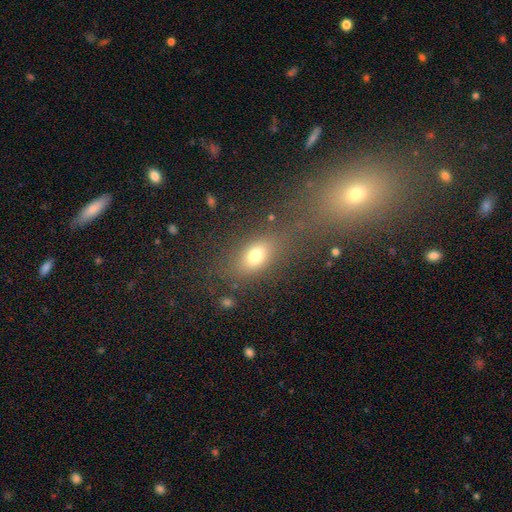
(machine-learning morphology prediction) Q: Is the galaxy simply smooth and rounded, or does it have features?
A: smooth — 72%.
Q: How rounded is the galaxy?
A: in between — 72%.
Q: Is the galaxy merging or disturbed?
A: none — 58%.